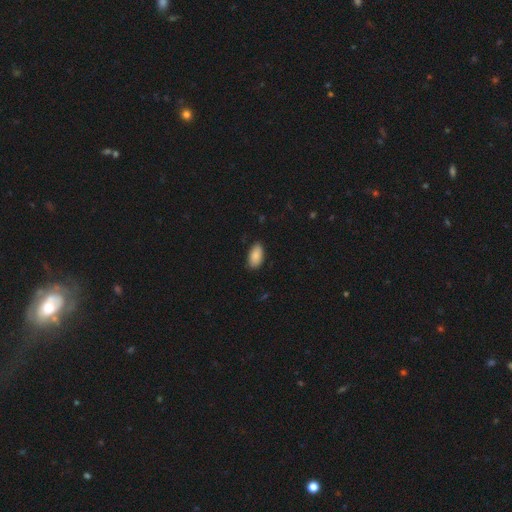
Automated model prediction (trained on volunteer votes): smooth_or_featured: smooth (p=0.88) [alt: star or artifact p=0.07]
how_rounded: in between (p=0.94) [alt: cigar-shaped p=0.03]
merging: none (p=0.85) [alt: minor disturbance p=0.12]